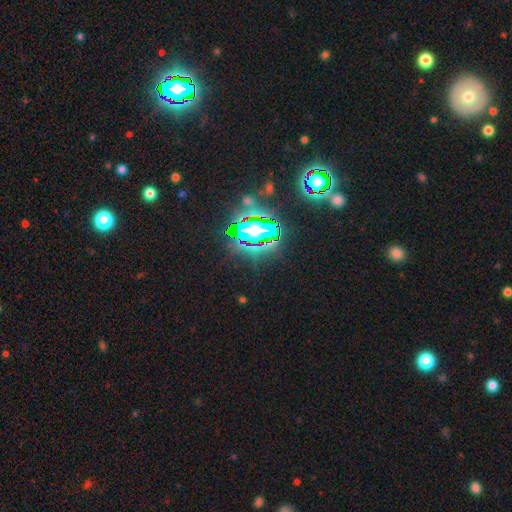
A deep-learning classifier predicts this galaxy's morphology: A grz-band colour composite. It shows a star or artifact, not a galaxy (73%).